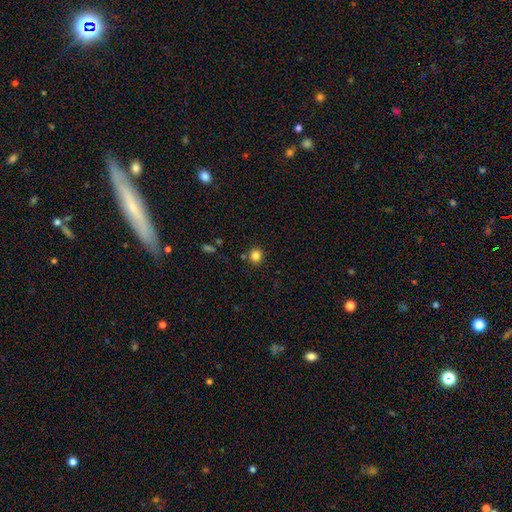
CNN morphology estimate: smooth 83%, star or artifact 12%, featured or disk 4%. Down the decision tree: how rounded — round (87%); merging — none (83%).